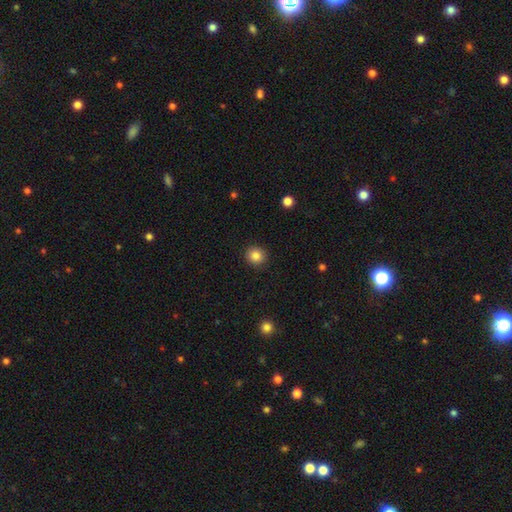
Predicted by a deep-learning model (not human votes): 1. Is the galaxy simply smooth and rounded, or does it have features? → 84% smooth, 10% star or artifact, 5% featured or disk.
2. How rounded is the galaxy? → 89% round, 10% in between, 1% cigar-shaped.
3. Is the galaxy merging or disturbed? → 92% none, 6% minor disturbance, 2% major disturbance, 1% merger.